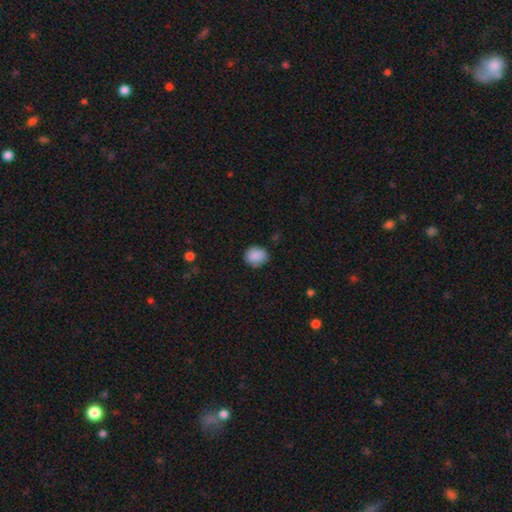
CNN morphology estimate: Smooth or featured? smooth (88%)
How rounded? round (69%)
Merging? none (81%)